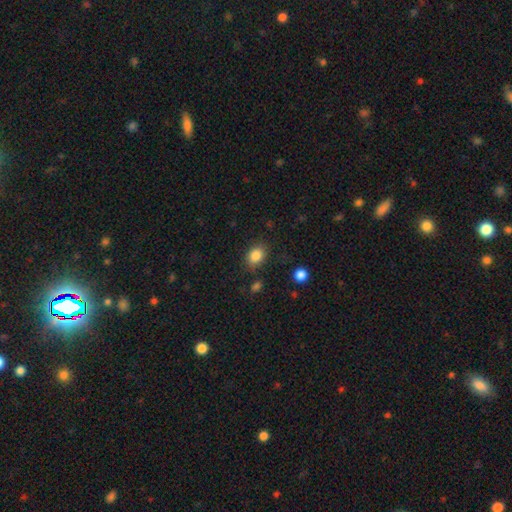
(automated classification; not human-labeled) Smooth or featured? smooth (85%)
How rounded? in between (61%)
Merging? none (80%)